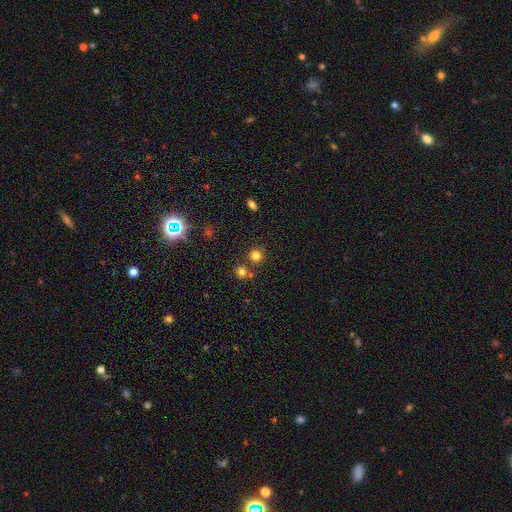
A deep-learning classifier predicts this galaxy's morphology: Smooth or featured: smooth — 75% (star or artifact — 18%)
How rounded: round — 93% (in between — 7%)
Merging: none — 77% (merger — 14%)